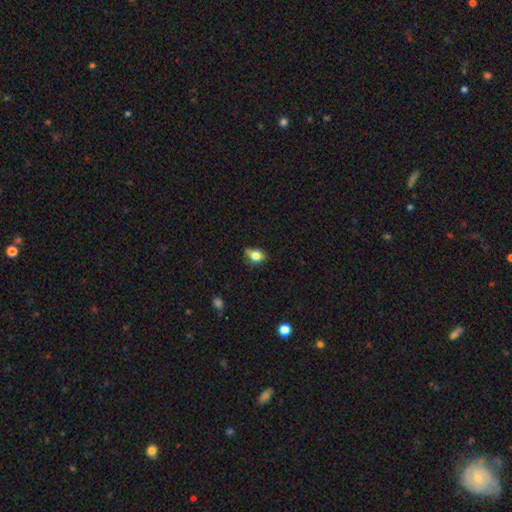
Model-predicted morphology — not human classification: Smooth or featured? Predicted: smooth (p=0.78). How rounded? Predicted: in between (p=0.58). Merging? Predicted: none (p=0.56).